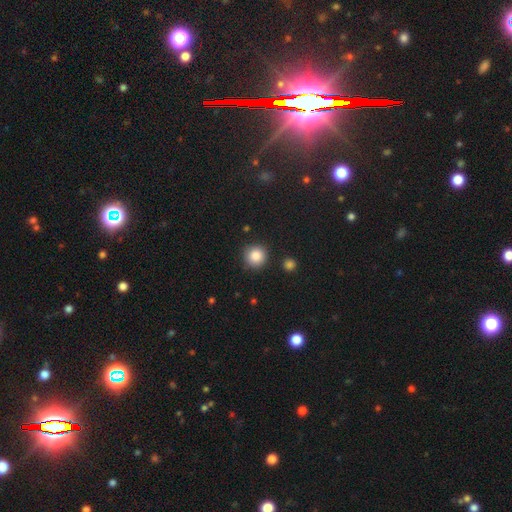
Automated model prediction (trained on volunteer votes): This is clearly a smooth galaxy (86%). How rounded: clearly round (94%). Merging: clearly none (88%).